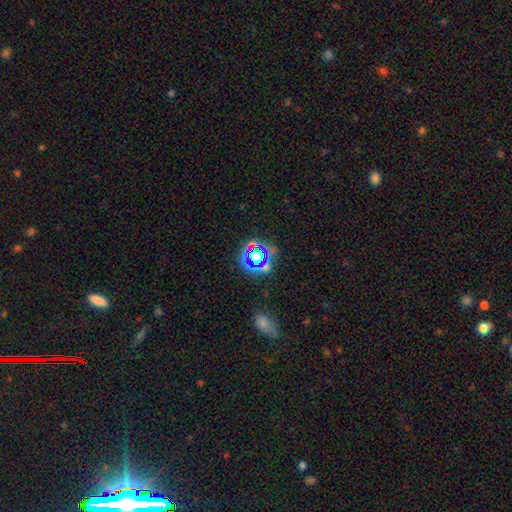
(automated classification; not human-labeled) Smooth or featured? star or artifact (52%)